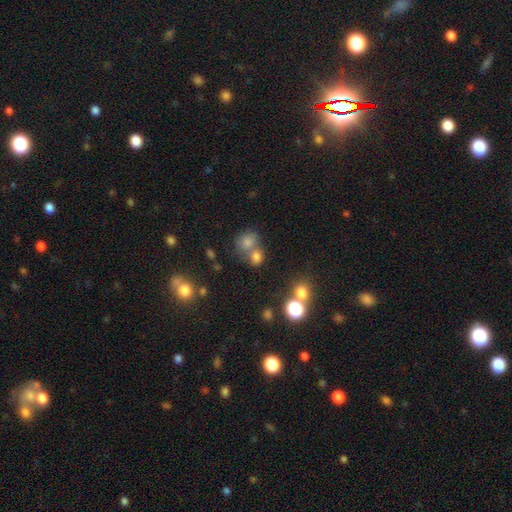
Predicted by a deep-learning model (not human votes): This appears to be a smooth galaxy with no disk features (69%) that is round (71%). Merging: none (45%).